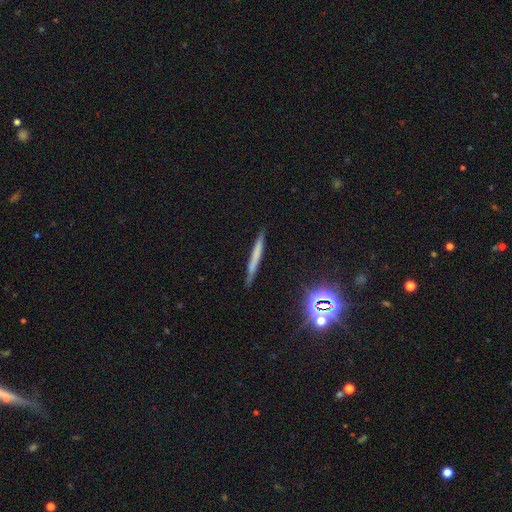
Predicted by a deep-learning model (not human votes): This is possibly a smooth galaxy (51%). How rounded: clearly cigar-shaped (96%). Merging: clearly none (88%).